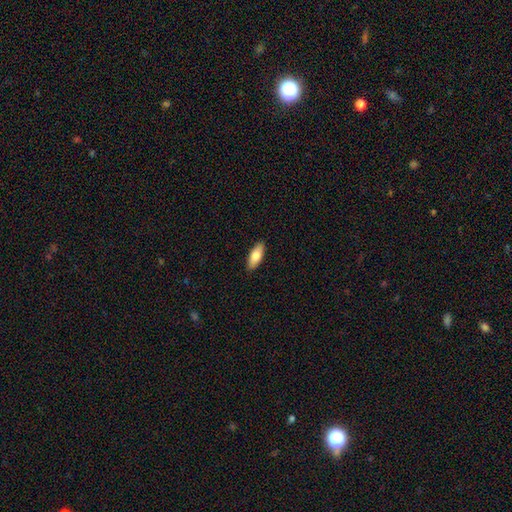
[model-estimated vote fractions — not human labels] smooth 76%, featured or disk 18%, star or artifact 6%. Down the decision tree: how rounded — in between (76%); merging — none (89%).